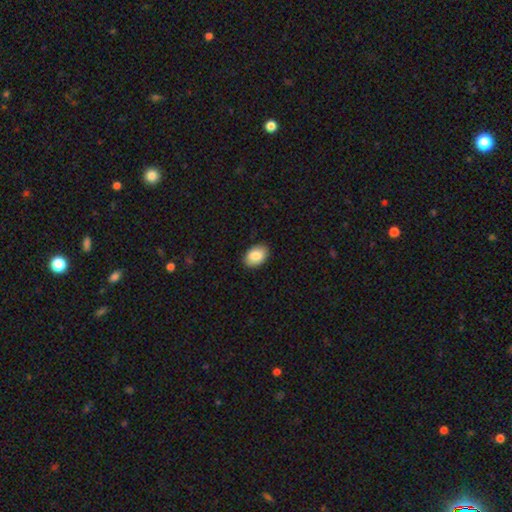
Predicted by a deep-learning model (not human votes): smooth_or_featured: smooth (p=0.87) [alt: featured or disk p=0.07]
how_rounded: in between (p=0.88) [alt: round p=0.11]
merging: none (p=0.88) [alt: minor disturbance p=0.09]